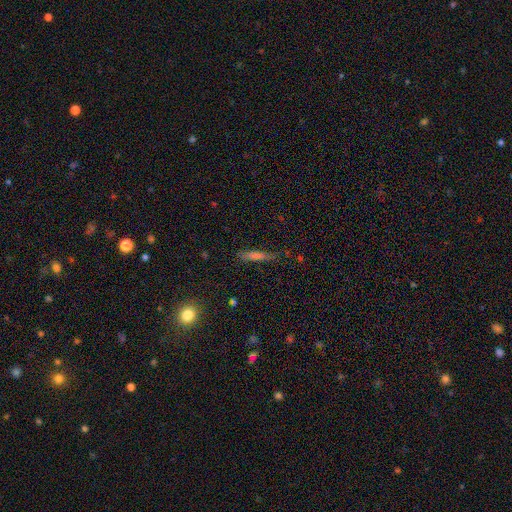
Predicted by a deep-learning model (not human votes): Smooth or featured? Predicted: smooth (p=0.61). How rounded? Predicted: cigar-shaped (p=0.89). Merging? Predicted: none (p=0.78).